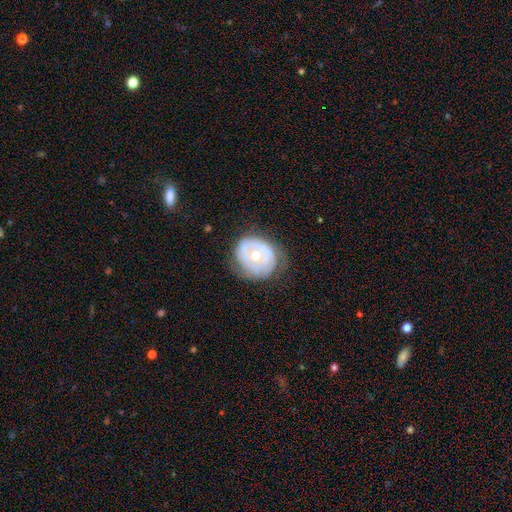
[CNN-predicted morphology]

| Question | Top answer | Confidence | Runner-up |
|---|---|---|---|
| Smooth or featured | featured or disk | 67% | smooth (27%) |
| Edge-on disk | no | 97% | yes (3%) |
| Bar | no | 83% | weak (13%) |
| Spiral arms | yes | 57% | no (43%) |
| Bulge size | moderate | 60% | small (36%) |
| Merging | none | 59% | minor disturbance (27%) |